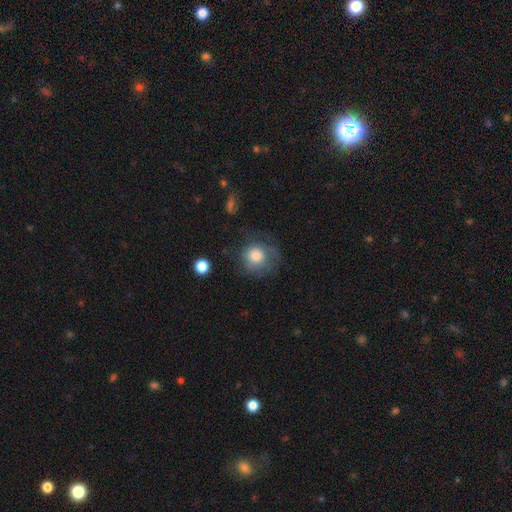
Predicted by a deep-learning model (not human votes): smooth 72%, featured or disk 20%, star or artifact 9%. Down the decision tree: how rounded — round (87%); merging — none (52%).